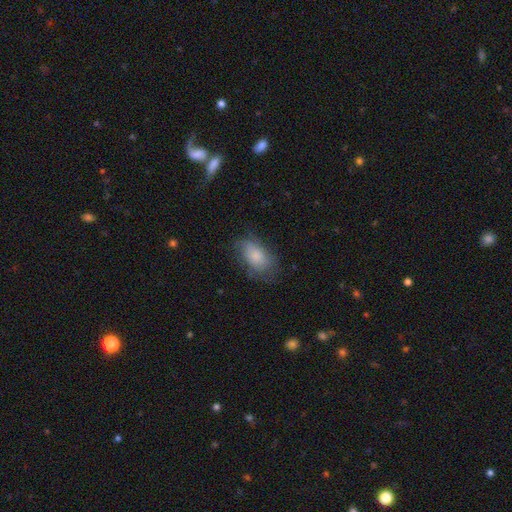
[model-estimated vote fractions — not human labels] Q: Smooth or featured?
A: smooth (74%); runner-up: featured or disk (19%)
Q: How rounded?
A: in between (91%); runner-up: round (7%)
Q: Merging?
A: none (56%); runner-up: minor disturbance (29%)